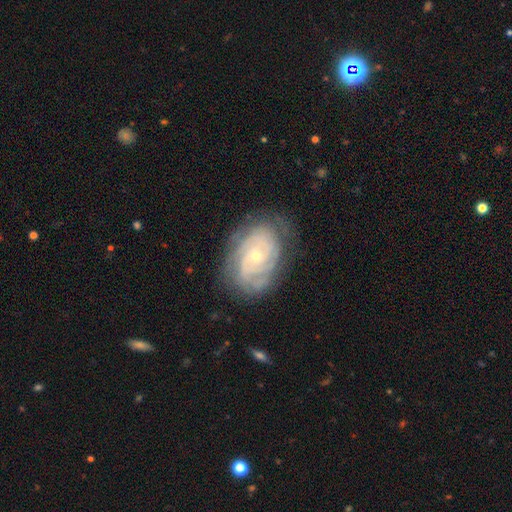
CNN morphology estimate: Q: Smooth or featured?
A: featured or disk (84%); runner-up: smooth (10%)
Q: Edge-on disk?
A: no (97%); runner-up: yes (3%)
Q: Bar?
A: no (74%); runner-up: weak (21%)
Q: Spiral arms?
A: yes (95%); runner-up: no (5%)
Q: Spiral winding?
A: tight (74%); runner-up: medium (21%)
Q: Spiral arm count?
A: can't tell (33%); runner-up: 2 (22%)
Q: Bulge size?
A: small (67%); runner-up: moderate (29%)
Q: Merging?
A: none (74%); runner-up: minor disturbance (18%)